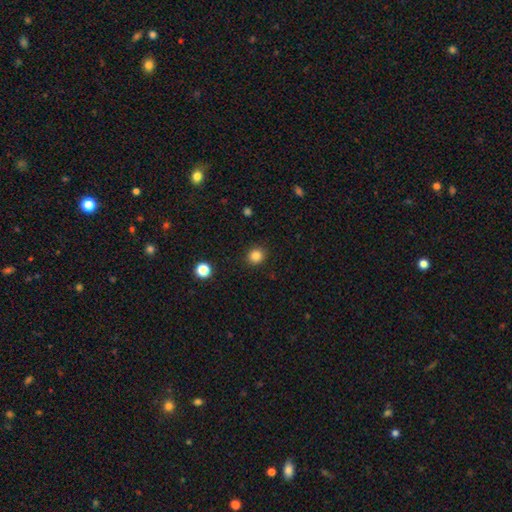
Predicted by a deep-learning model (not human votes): A smooth galaxy with no disk features (85%) that is round (86%). Merging: none (90%).